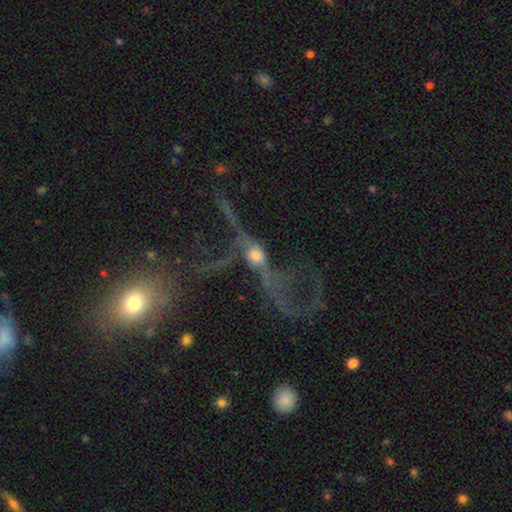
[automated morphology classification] Overall: featured or disk (63%). Edge-on disk: no (73%). Merging: major disturbance (44%; none 27%).